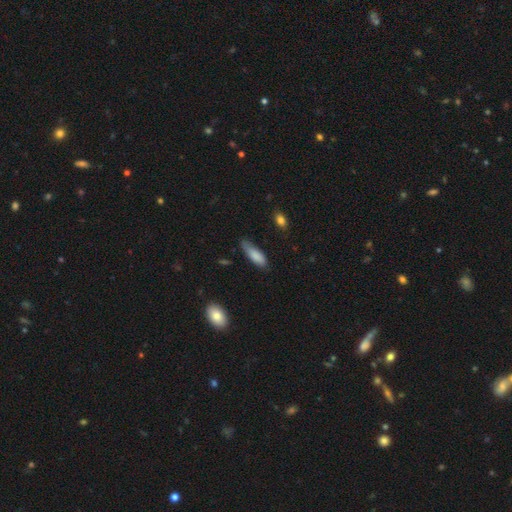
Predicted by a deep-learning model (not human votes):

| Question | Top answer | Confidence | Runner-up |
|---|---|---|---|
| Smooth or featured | smooth | 84% | featured or disk (10%) |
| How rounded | in between | 59% | cigar-shaped (39%) |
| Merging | none | 54% | minor disturbance (36%) |